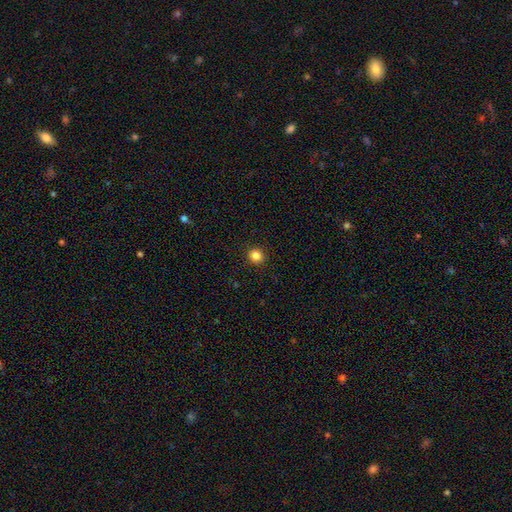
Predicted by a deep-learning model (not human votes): Smooth or featured? Predicted: smooth (p=0.84). How rounded? Predicted: round (p=0.92). Merging? Predicted: none (p=0.93).